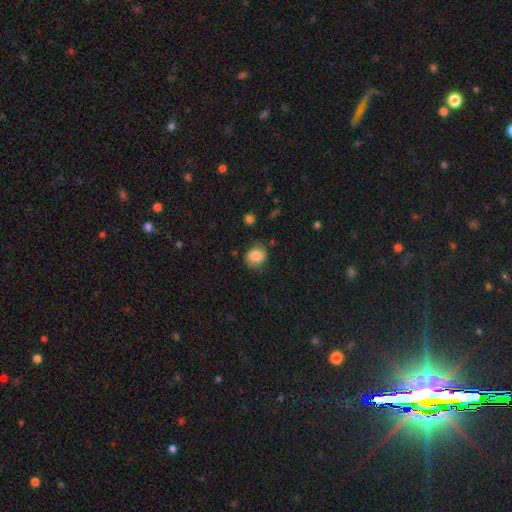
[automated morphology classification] Q: Smooth or featured?
A: smooth (76%); runner-up: featured or disk (15%)
Q: How rounded?
A: round (62%); runner-up: in between (37%)
Q: Merging?
A: none (69%); runner-up: minor disturbance (22%)